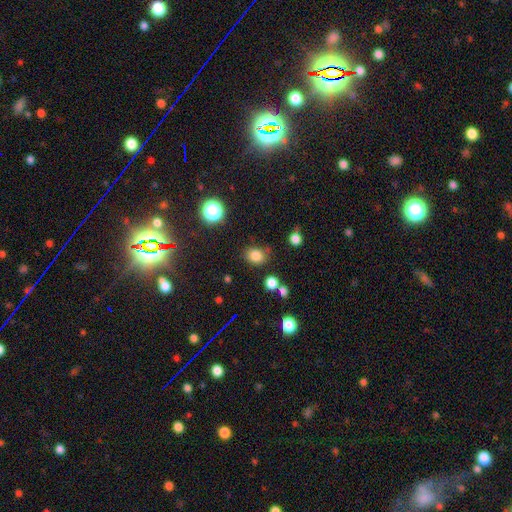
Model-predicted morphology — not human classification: Smooth or featured? Predicted: smooth (p=0.81). How rounded? Predicted: round (p=0.53). Merging? Predicted: none (p=0.75).